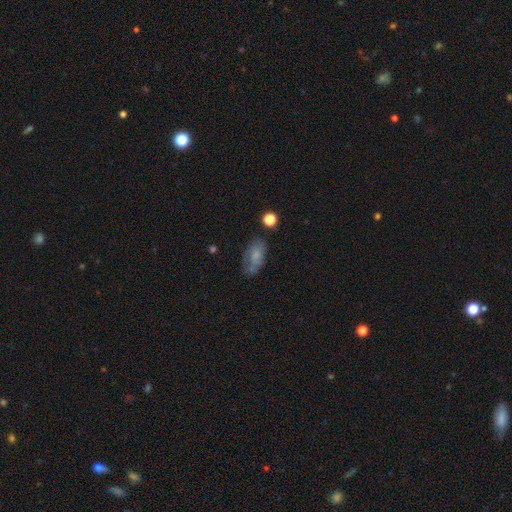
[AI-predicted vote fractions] smooth-or-featured: smooth: 62% | featured or disk: 27% | star or artifact: 10%
  how-rounded: in between: 90% | round: 6% | cigar-shaped: 4%
  merging: none: 53% | minor disturbance: 28% | major disturbance: 13% | merger: 6%